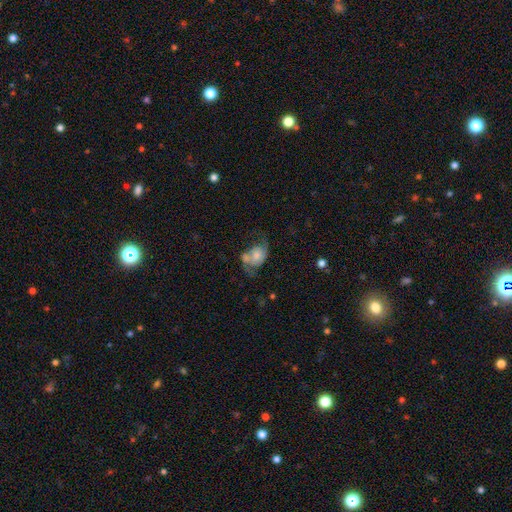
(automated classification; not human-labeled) Smooth or featured?
  - featured or disk: 57% *
  - smooth: 35%
  - star or artifact: 8%
Edge-on disk?
  - no: 97% *
  - yes: 3%
Bar?
  - no: 73% *
  - weak: 22%
  - strong: 5%
Spiral arms?
  - yes: 80% *
  - no: 20%
Bulge size?
  - moderate: 38% *
  - small: 30%
  - large: 16%
  - none: 11%
  - dominant: 4%
Merging?
  - none: 31% *
  - merger: 25%
  - major disturbance: 22%
  - minor disturbance: 21%